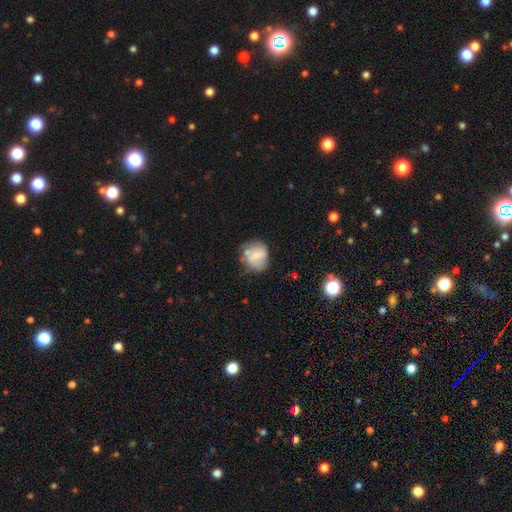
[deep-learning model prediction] Smooth or featured? smooth (58%)
How rounded? round (67%)
Merging? none (49%)